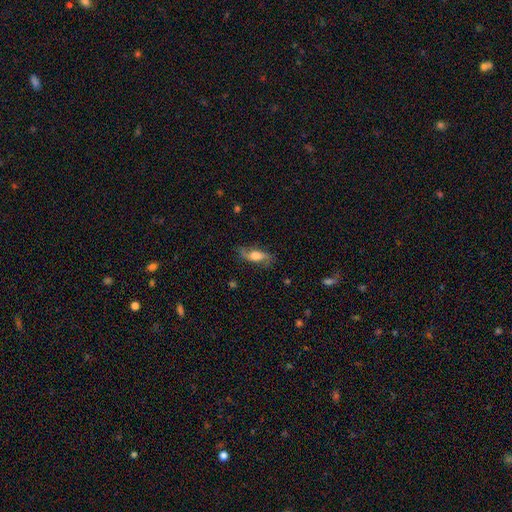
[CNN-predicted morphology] Smooth or featured?
  - featured or disk: 59% *
  - smooth: 34%
  - star or artifact: 8%
Edge-on disk?
  - no: 77% *
  - yes: 23%
Merging?
  - none: 74% *
  - minor disturbance: 18%
  - major disturbance: 7%
  - merger: 1%